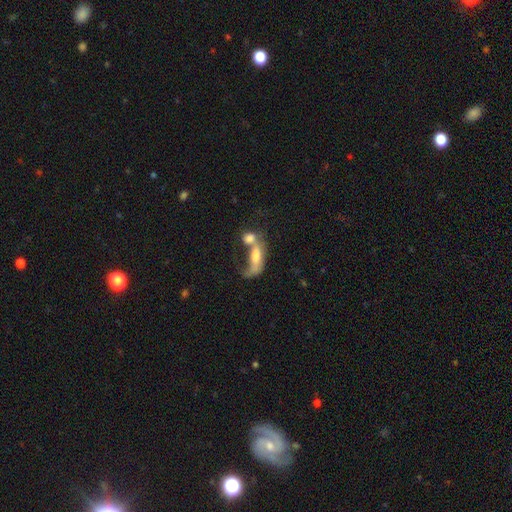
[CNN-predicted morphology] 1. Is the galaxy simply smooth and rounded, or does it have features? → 52% smooth, 38% featured or disk, 11% star or artifact.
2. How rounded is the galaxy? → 63% in between, 30% cigar-shaped, 7% round.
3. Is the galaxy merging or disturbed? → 62% merger, 18% major disturbance, 13% none, 7% minor disturbance.